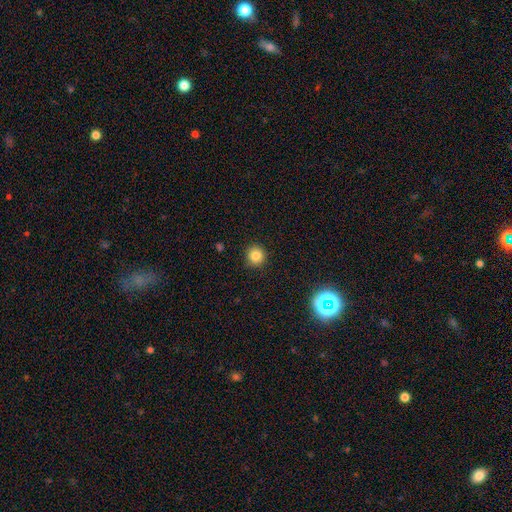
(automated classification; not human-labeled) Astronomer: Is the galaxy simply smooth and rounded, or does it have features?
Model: smooth — 83%.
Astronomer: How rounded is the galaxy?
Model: round — 94%.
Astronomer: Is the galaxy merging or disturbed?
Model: none — 90%.